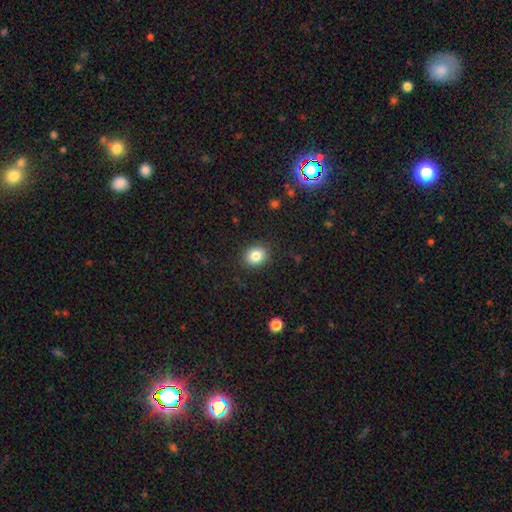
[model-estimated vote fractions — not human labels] Smooth or featured? Predicted: smooth (p=0.83). How rounded? Predicted: round (p=0.68). Merging? Predicted: none (p=0.89).